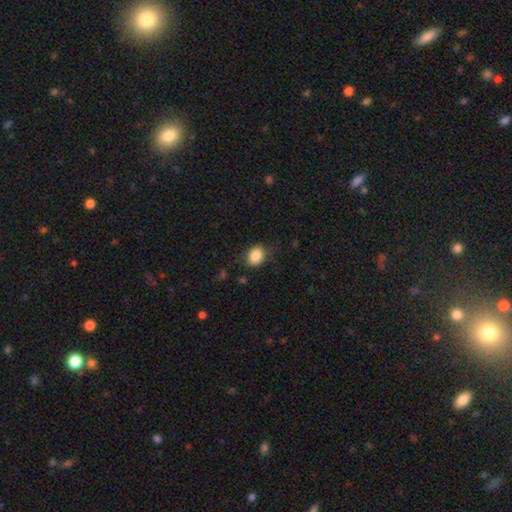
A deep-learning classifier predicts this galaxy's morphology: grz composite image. It shows a smooth galaxy with no disk features (86%) that is in between round and cigar-shaped (51%). Merging: none (78%).